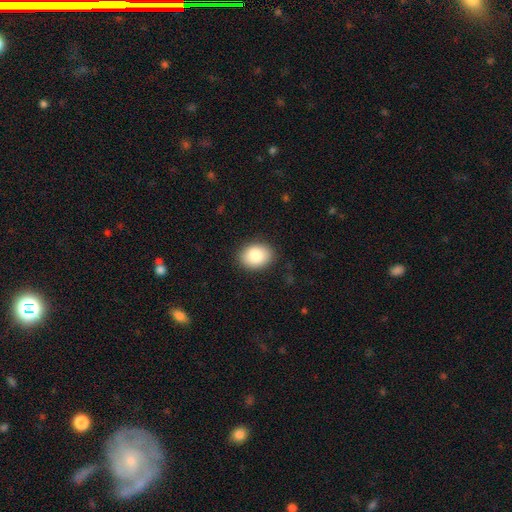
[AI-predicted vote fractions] This is clearly a smooth galaxy (82%). How rounded: likely in between (63%). Merging: clearly none (87%).